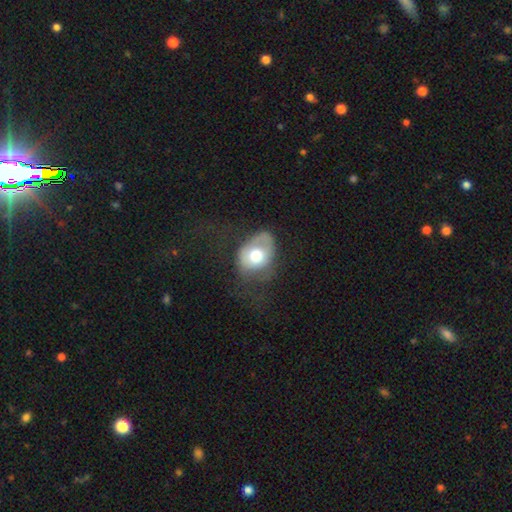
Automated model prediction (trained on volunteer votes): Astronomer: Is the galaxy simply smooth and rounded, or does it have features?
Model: smooth — 59%.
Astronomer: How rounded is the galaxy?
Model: in between — 68%.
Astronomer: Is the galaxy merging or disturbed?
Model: none — 35% (runner-up: major disturbance, 33%).